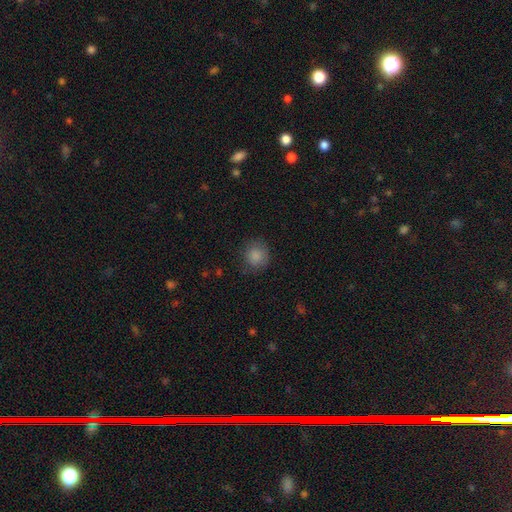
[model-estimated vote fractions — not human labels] smooth-or-featured: smooth: 86% | star or artifact: 9% | featured or disk: 5%
  how-rounded: round: 88% | in between: 11% | cigar-shaped: 1%
  merging: none: 80% | minor disturbance: 14% | major disturbance: 4% | merger: 1%